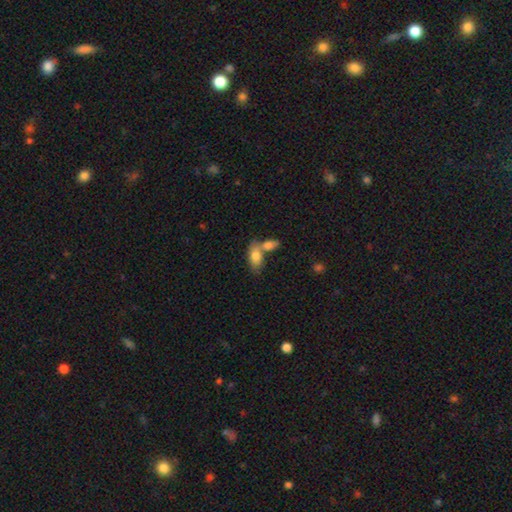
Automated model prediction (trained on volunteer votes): A smooth galaxy with no disk features (78%) that is in between round and cigar-shaped (89%).

Vote fractions:
- Smooth or featured? smooth: 78% / featured or disk: 15% / star or artifact: 7%
- How rounded? in between: 89% / cigar-shaped: 5% / round: 5%
- Merging? merger: 50% / none: 37% / minor disturbance: 10% / major disturbance: 4%